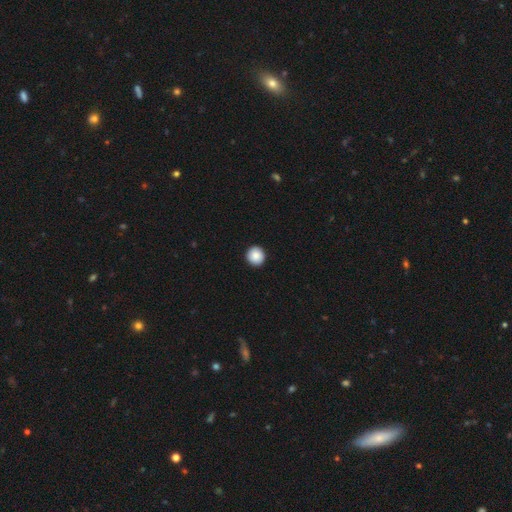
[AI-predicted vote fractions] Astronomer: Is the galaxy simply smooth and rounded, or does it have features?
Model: smooth — 87%.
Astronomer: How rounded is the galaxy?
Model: round — 94%.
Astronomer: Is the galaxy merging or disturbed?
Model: none — 92%.